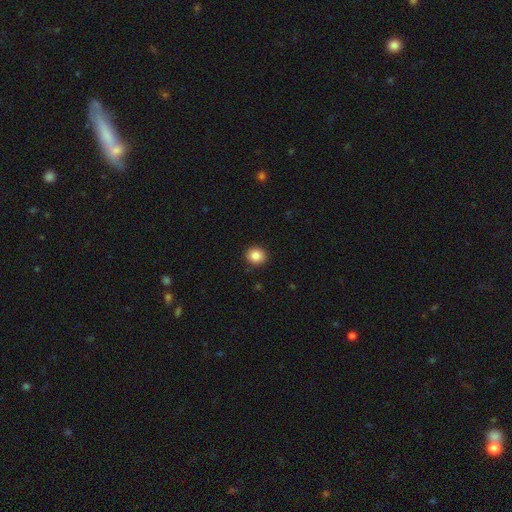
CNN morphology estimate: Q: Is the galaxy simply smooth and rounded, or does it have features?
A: smooth — 86%.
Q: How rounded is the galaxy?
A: round — 84%.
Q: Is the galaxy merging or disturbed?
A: none — 91%.